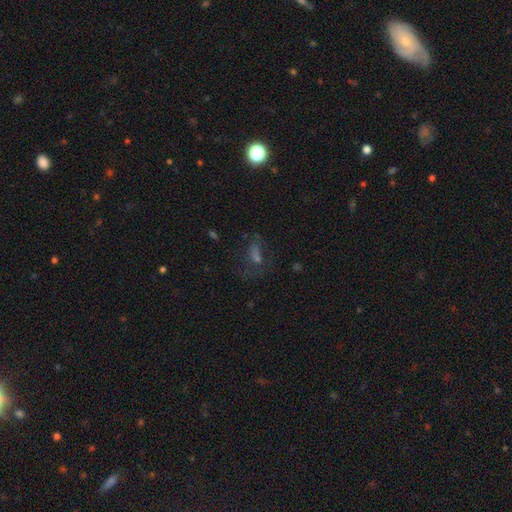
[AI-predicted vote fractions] Morphology: type=star or artifact (37%).